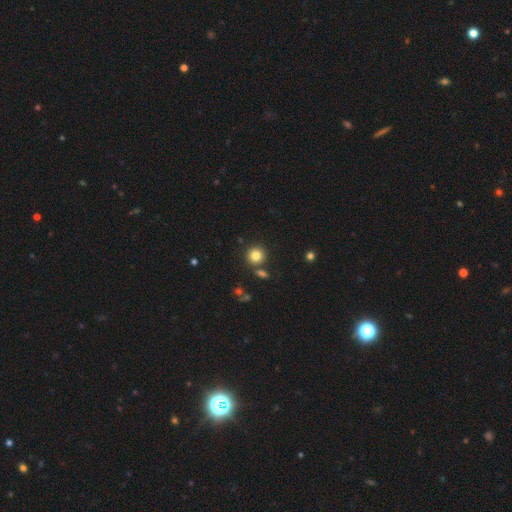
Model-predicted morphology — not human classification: Smooth or featured?
  - smooth: 82% *
  - star or artifact: 12%
  - featured or disk: 7%
How rounded?
  - round: 92% *
  - in between: 7%
  - cigar-shaped: 1%
Merging?
  - none: 80% *
  - merger: 9%
  - minor disturbance: 8%
  - major disturbance: 3%